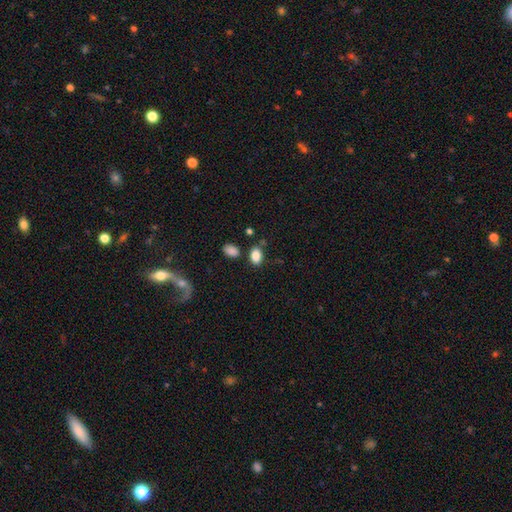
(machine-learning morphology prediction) type=smooth (85%); roundness=in between (84%); merging=none (72%).